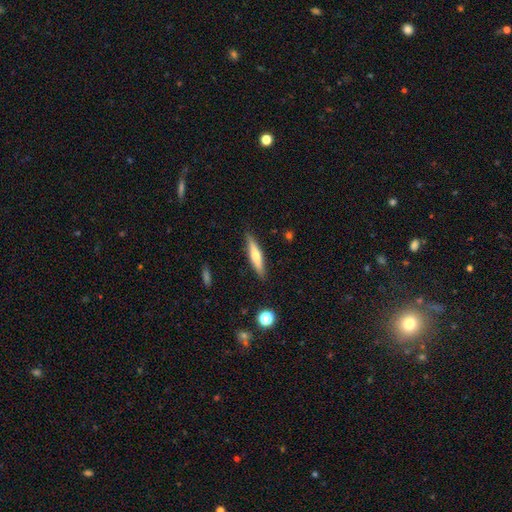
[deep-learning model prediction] Overall: smooth (51%; featured or disk 43%). How rounded: cigar-shaped (86%). Merging: none (88%).